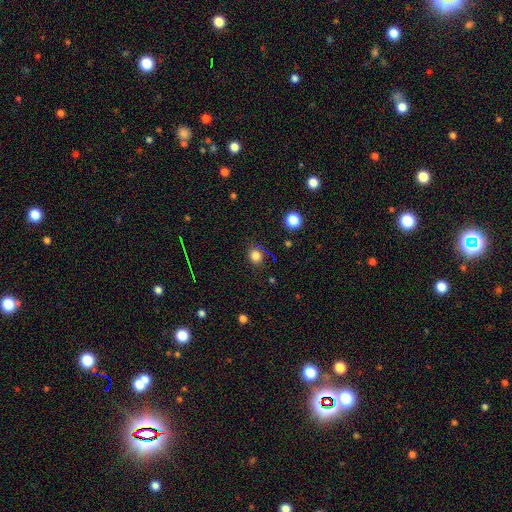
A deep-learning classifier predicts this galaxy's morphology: The model was most divided on "how rounded": round: 81%, in between: 18%, cigar-shaped: 1%. More confident: merging — none (82%); smooth or featured — smooth (80%).